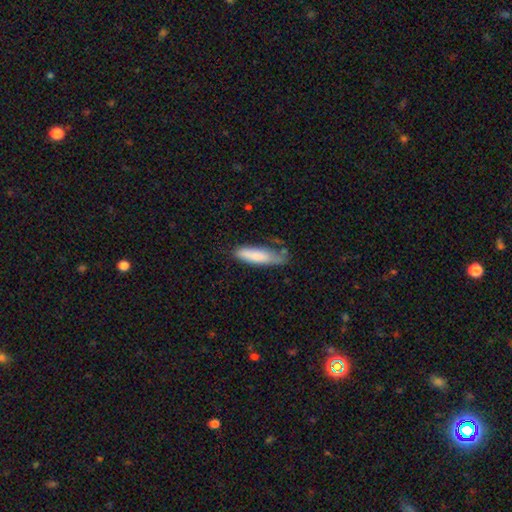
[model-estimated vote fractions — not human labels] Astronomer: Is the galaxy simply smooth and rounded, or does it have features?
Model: smooth — 80%.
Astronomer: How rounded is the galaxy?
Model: cigar-shaped — 67%.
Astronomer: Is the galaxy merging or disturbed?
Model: none — 51% (runner-up: minor disturbance, 32%).